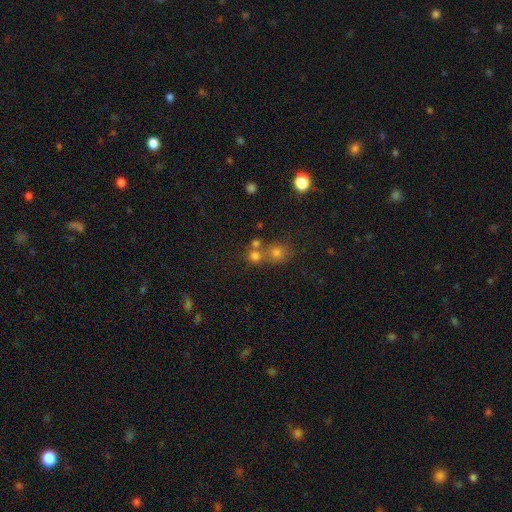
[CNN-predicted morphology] A smooth galaxy with no disk features (66%) that is round (84%).

Vote fractions:
- Smooth or featured? smooth: 66% / star or artifact: 22% / featured or disk: 12%
- How rounded? round: 84% / in between: 15% / cigar-shaped: 1%
- Merging? none: 48% / merger: 42% / minor disturbance: 7% / major disturbance: 3%